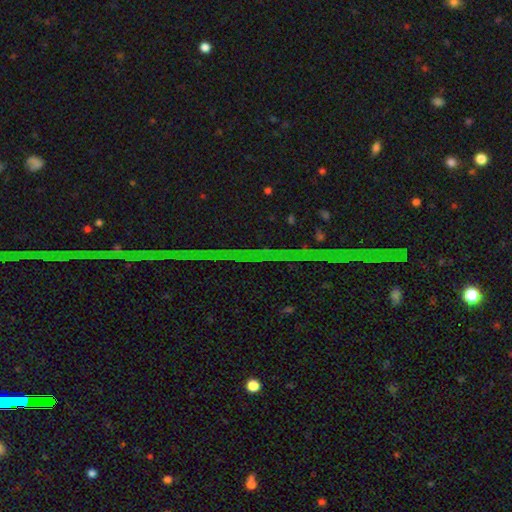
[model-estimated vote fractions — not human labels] This is clearly a star or artifact rather than a galaxy (83%).